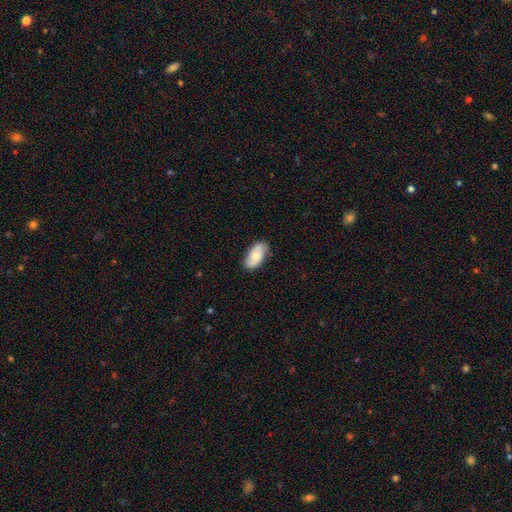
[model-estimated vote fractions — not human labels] Smooth or featured? smooth (64%)
How rounded? in between (92%)
Merging? none (80%)